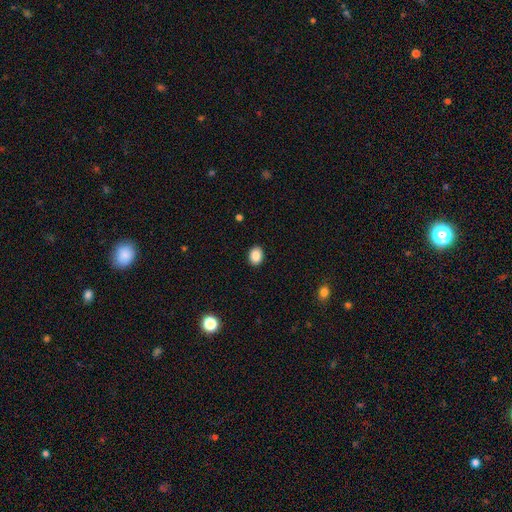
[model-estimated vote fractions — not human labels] Overall: smooth (88%). How rounded: in between (61%; round 38%). Merging: none (91%).